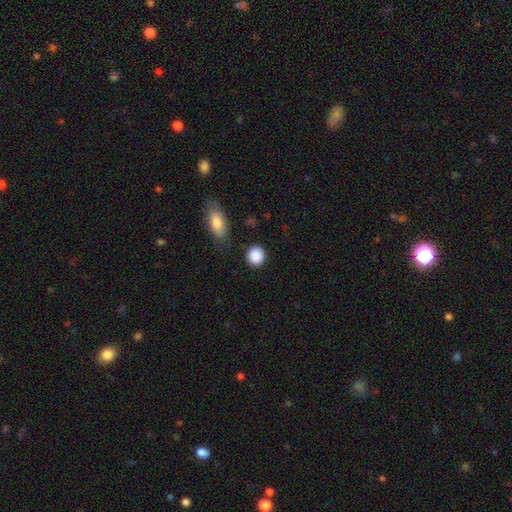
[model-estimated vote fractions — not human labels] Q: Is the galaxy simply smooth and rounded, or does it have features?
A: smooth — 89%.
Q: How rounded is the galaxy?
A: round — 86%.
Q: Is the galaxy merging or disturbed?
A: none — 86%.